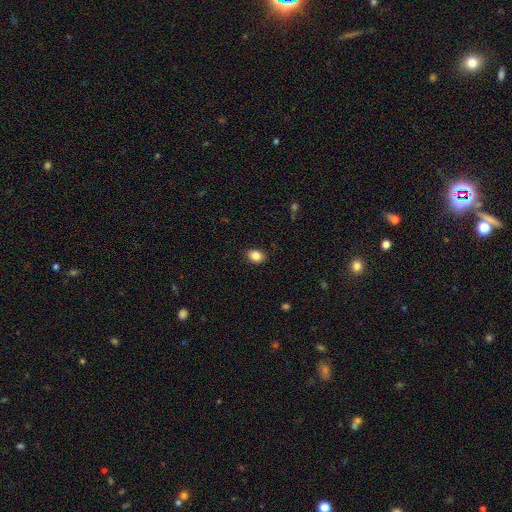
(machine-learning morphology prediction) This is clearly a smooth galaxy (86%). How rounded: possibly in between (59%). Merging: clearly none (88%).